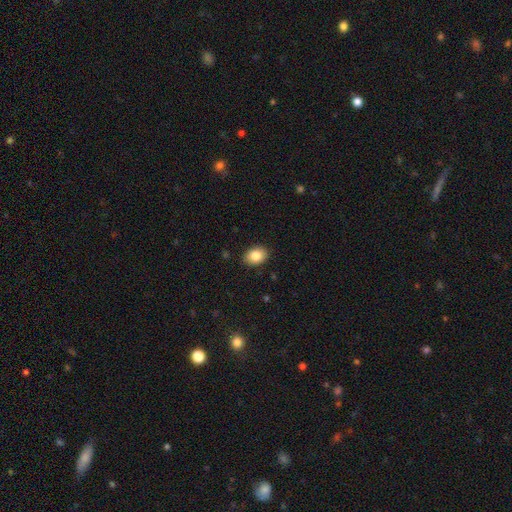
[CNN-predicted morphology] A smooth galaxy with no disk features (84%) that is in between round and cigar-shaped (71%).

Vote fractions:
- Smooth or featured? smooth: 84% / star or artifact: 8% / featured or disk: 7%
- How rounded? in between: 71% / round: 28% / cigar-shaped: 1%
- Merging? none: 89% / minor disturbance: 8% / major disturbance: 2% / merger: 1%